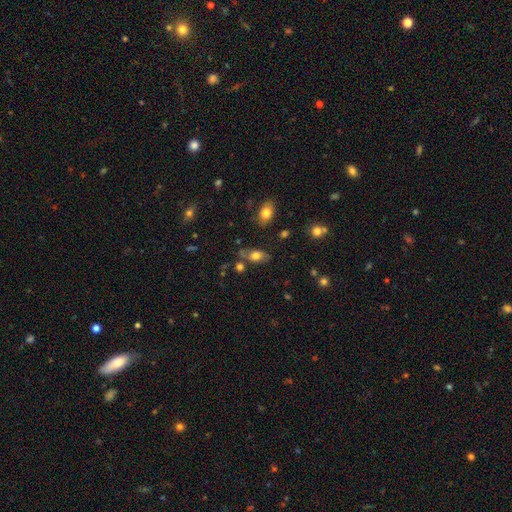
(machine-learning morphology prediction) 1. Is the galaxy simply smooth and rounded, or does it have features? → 67% smooth, 23% featured or disk, 10% star or artifact.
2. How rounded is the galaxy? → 85% in between, 9% round, 5% cigar-shaped.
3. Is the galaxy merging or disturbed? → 62% none, 20% minor disturbance, 11% merger, 7% major disturbance.